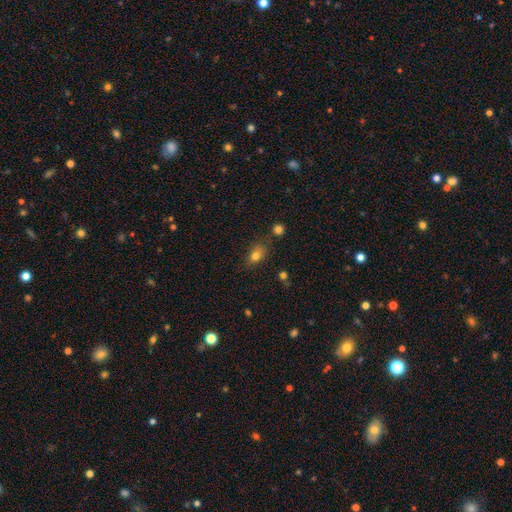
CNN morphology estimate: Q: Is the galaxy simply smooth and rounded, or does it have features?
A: smooth — 79%.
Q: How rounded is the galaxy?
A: in between — 73%.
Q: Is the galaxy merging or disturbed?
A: none — 68%.